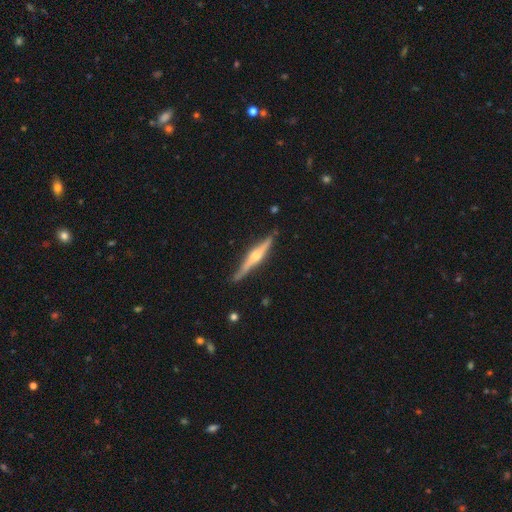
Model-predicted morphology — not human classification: This is likely a featured or disk galaxy (78%). It is clearly viewed edge-on (98%). Edge-on bulge: clearly rounded (90%). Merging: clearly none (84%).